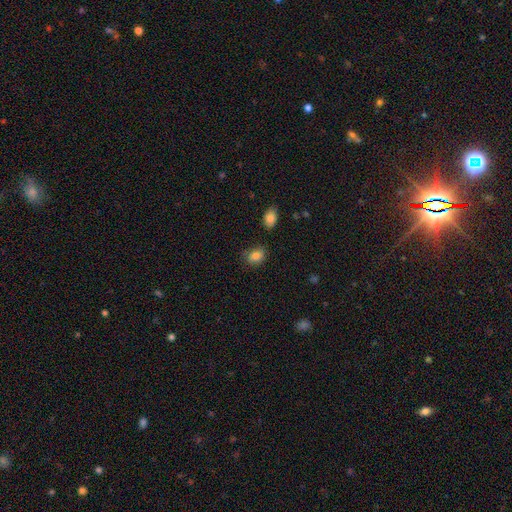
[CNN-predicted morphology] A smooth galaxy with no disk features (83%) that is in between round and cigar-shaped (68%). Merging: none (73%).